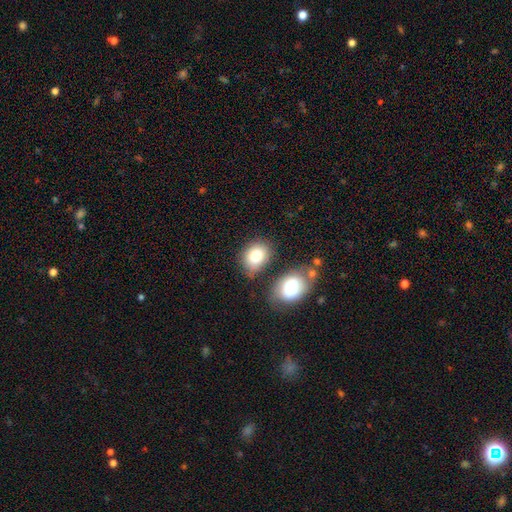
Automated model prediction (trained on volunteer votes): This is likely a smooth galaxy (79%). How rounded: possibly in between (51%). Merging: likely none (63%).